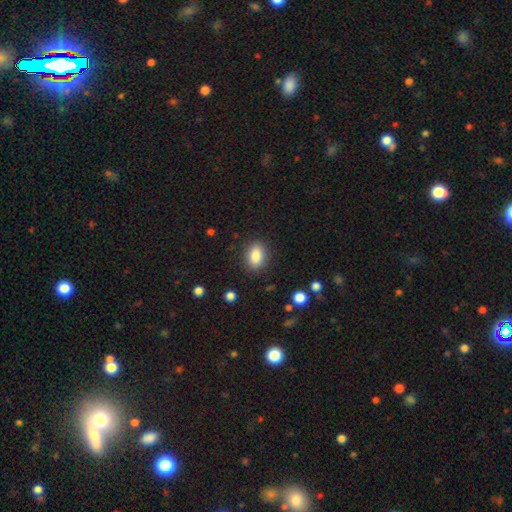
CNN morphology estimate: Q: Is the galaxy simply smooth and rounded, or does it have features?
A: smooth — 86%.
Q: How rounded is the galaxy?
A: in between — 78%.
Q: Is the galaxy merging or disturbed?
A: none — 87%.